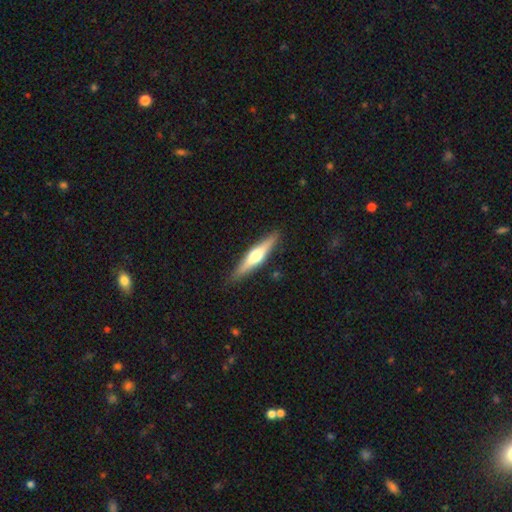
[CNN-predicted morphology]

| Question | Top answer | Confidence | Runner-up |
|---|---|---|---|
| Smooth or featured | featured or disk | 59% | smooth (36%) |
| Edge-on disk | yes | 96% | no (4%) |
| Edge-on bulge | rounded | 91% | boxy (5%) |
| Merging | none | 90% | minor disturbance (8%) |